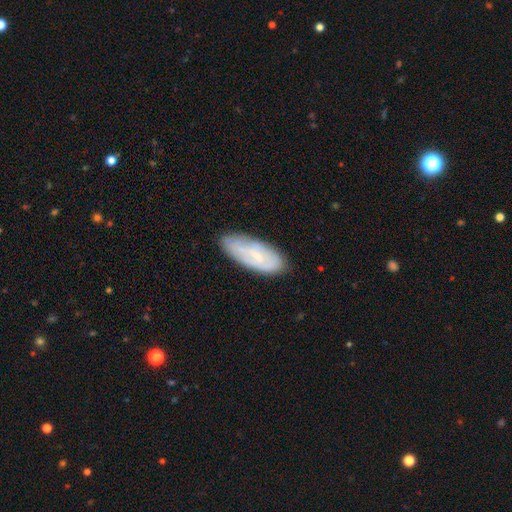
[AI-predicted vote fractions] A smooth galaxy with no disk features (47%). Merging: none (76%).